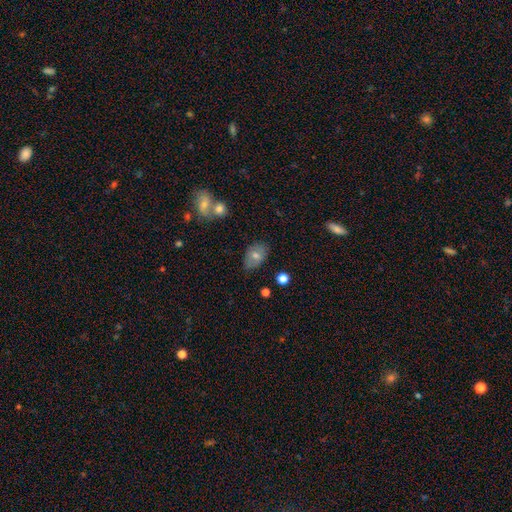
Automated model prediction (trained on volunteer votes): Smooth or featured?
  - smooth: 71% *
  - featured or disk: 20%
  - star or artifact: 9%
How rounded?
  - in between: 83% *
  - round: 16%
  - cigar-shaped: 1%
Merging?
  - none: 70% *
  - minor disturbance: 22%
  - major disturbance: 5%
  - merger: 4%